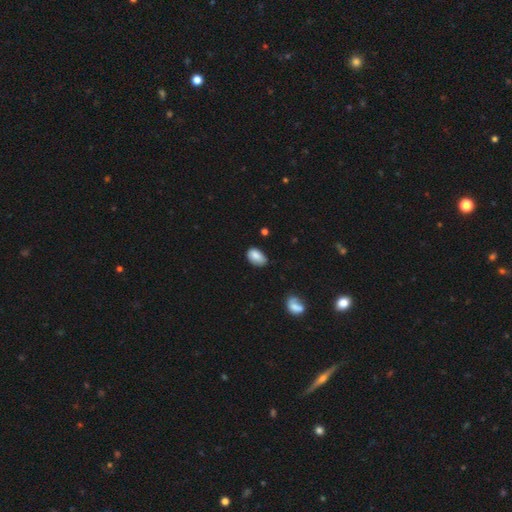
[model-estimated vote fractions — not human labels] A smooth galaxy with no disk features (84%) that is in between round and cigar-shaped (89%). Merging: none (56%).